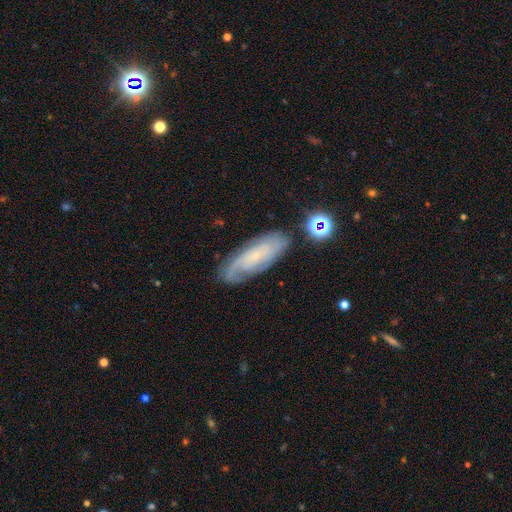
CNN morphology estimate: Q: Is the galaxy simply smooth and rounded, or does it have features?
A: featured or disk — 73%.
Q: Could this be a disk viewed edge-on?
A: no — 89%.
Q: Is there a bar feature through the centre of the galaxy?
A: no — 67%.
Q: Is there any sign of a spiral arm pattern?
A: yes — 93%.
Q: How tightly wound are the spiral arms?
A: tight — 57%.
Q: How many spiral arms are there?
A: can't tell — 39%.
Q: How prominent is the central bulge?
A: small — 78%.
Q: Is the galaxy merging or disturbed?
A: none — 74%.